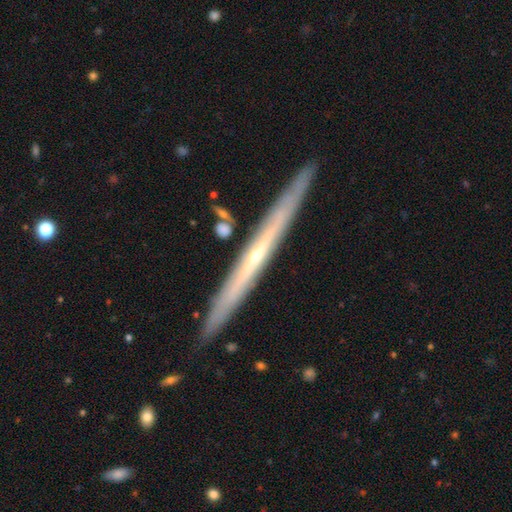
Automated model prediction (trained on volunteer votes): The model was most divided on "edge-on bulge": none: 51%, rounded: 46%, boxy: 2%. More confident: edge-on disk — yes (96%); merging — none (90%); smooth or featured — featured or disk (74%).